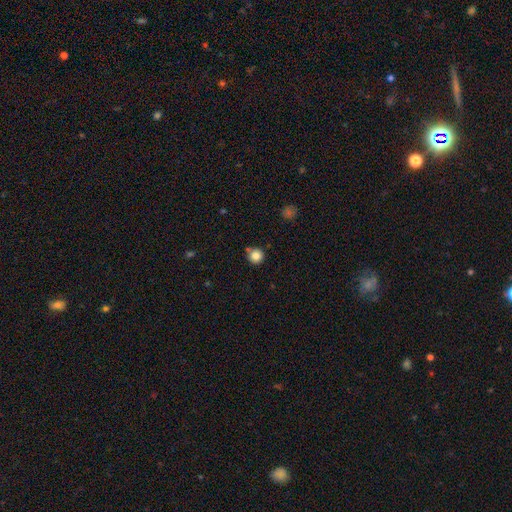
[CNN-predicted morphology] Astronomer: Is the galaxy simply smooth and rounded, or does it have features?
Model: smooth — 84%.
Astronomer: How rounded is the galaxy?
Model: round — 95%.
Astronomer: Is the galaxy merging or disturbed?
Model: none — 83%.